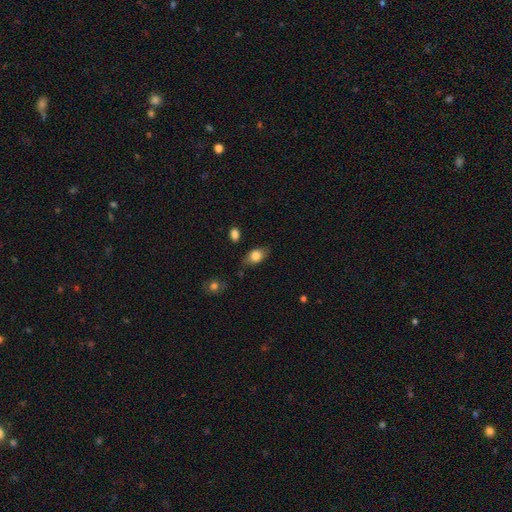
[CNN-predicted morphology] Q: Smooth or featured?
A: smooth (81%); runner-up: featured or disk (11%)
Q: How rounded?
A: in between (83%); runner-up: round (15%)
Q: Merging?
A: none (74%); runner-up: minor disturbance (19%)